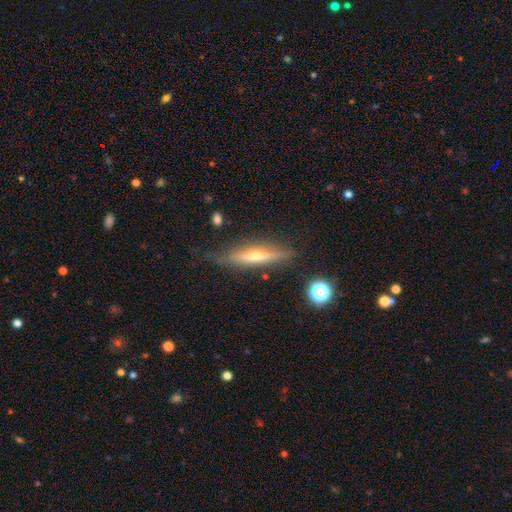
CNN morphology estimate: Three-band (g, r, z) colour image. It shows a featured or disk galaxy (61%) viewed edge-on (93%) with a rounded central bulge (71%). Merging: none (80%).